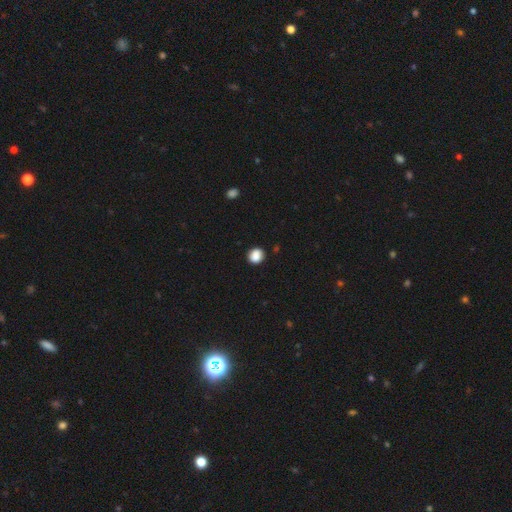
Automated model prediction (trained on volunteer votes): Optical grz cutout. It shows a smooth galaxy with no disk features (87%) that is round (77%). Merging: none (87%).